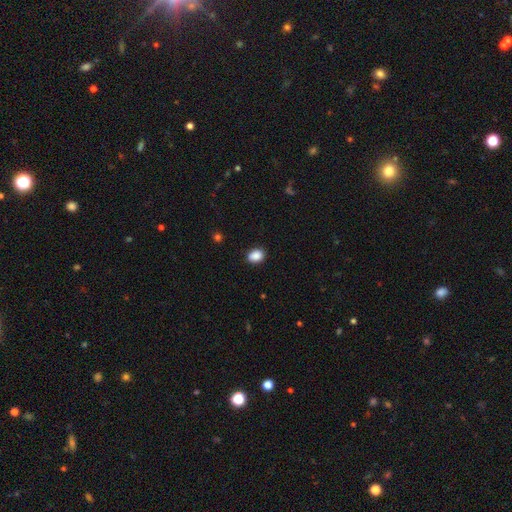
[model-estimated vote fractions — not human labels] Smooth or featured? Predicted: smooth (p=0.89). How rounded? Predicted: in between (p=0.68). Merging? Predicted: none (p=0.88).